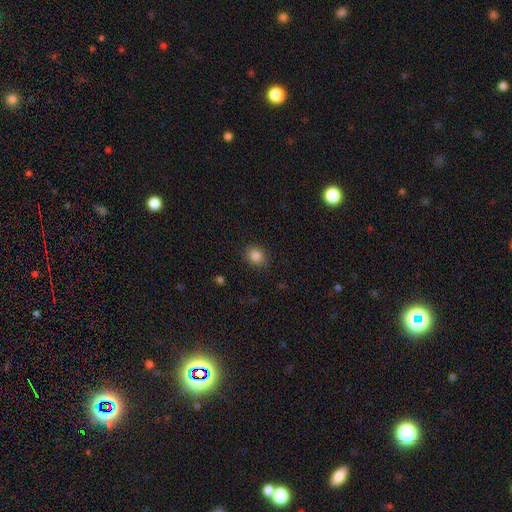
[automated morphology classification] This appears to be a smooth galaxy with no disk features (84%) that is round (67%). Merging: none (87%).